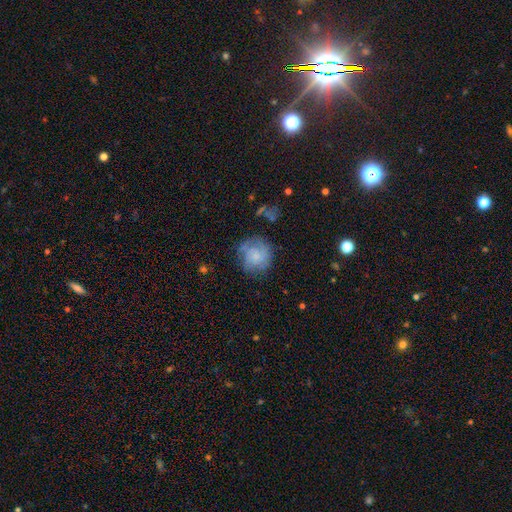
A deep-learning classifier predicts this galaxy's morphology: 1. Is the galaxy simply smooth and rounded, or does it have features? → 53% smooth, 38% featured or disk, 9% star or artifact.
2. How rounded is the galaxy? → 81% round, 18% in between, 1% cigar-shaped.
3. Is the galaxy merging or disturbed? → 63% none, 22% minor disturbance, 12% major disturbance, 3% merger.